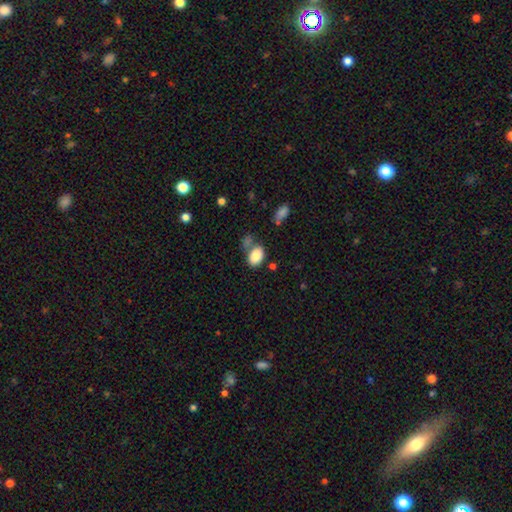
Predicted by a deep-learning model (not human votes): Smooth or featured? Predicted: smooth (p=0.85). How rounded? Predicted: in between (p=0.85). Merging? Predicted: none (p=0.58).